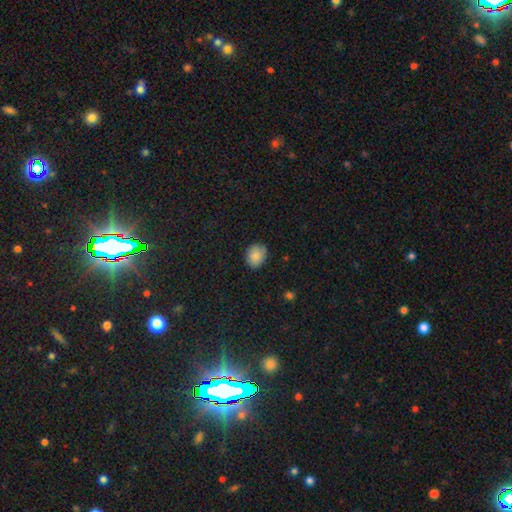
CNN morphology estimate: Overall: smooth (84%). How rounded: round (52%; in between 47%). Merging: none (79%).